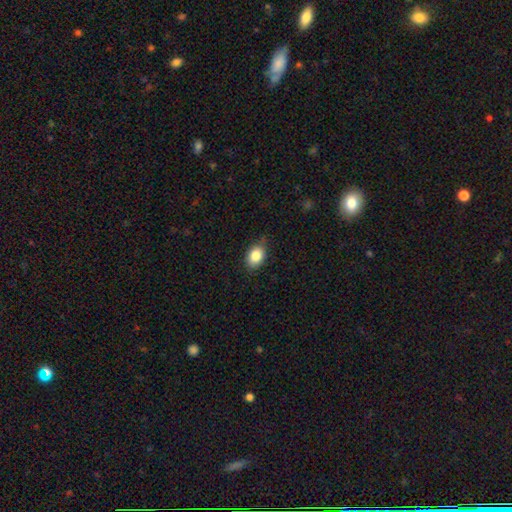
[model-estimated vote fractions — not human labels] smooth 84%, star or artifact 8%, featured or disk 8%. Down the decision tree: how rounded — in between (77%); merging — none (72%).